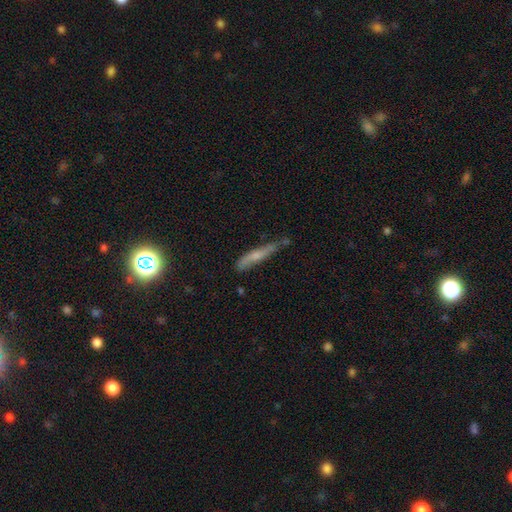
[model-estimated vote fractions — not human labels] smooth 52%, featured or disk 39%, star or artifact 8%. Down the decision tree: how rounded — cigar-shaped (90%); merging — none (60%).